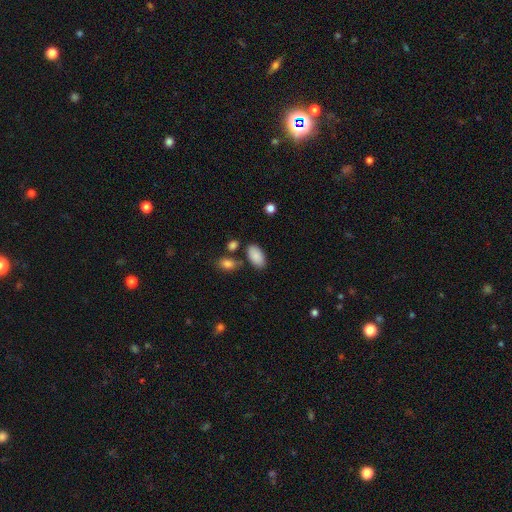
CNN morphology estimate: A smooth galaxy with no disk features (88%) that is in between round and cigar-shaped (95%).

Vote fractions:
- Smooth or featured? smooth: 88% / star or artifact: 7% / featured or disk: 5%
- How rounded? in between: 95% / round: 3% / cigar-shaped: 2%
- Merging? none: 77% / minor disturbance: 12% / merger: 7% / major disturbance: 4%